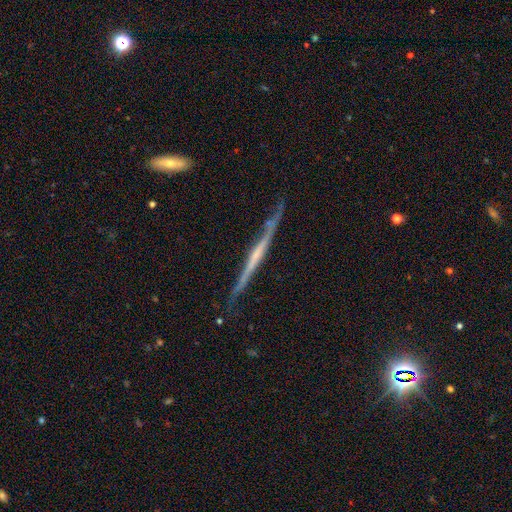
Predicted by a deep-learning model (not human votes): Morphology: type=featured or disk (75%); edge-on=yes (96%); edge-on bulge=none (62%); merging=none (75%).